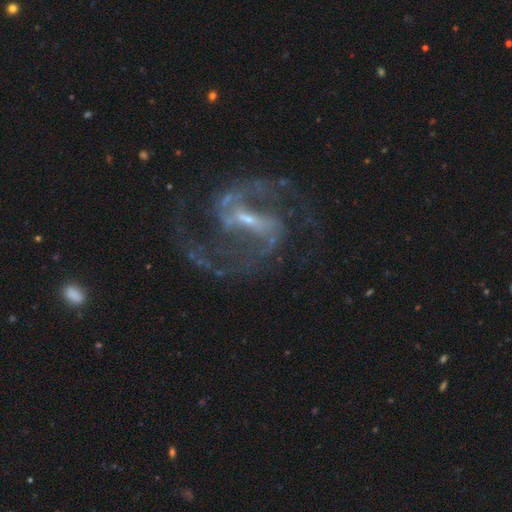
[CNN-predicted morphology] This is clearly a featured or disk galaxy (92%). It is clearly not viewed edge-on (98%). Bar: possibly strong (57%). Spiral arm pattern: clearly yes (98%). Spiral arm count: clearly 2 (93%). Spiral winding: likely medium (64%). Central bulge: likely small (66%). Merging: likely none (75%).